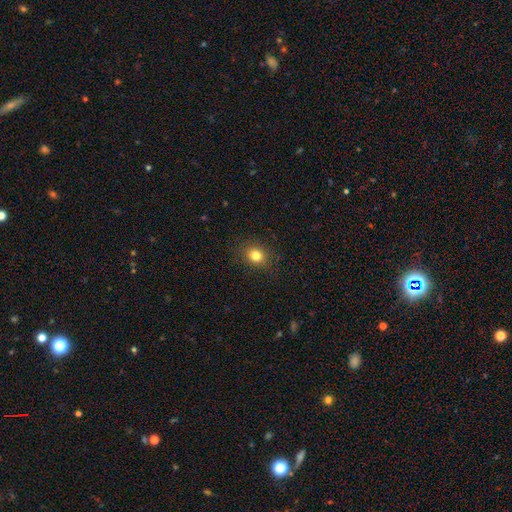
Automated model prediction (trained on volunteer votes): smooth 81%, star or artifact 12%, featured or disk 6%. Down the decision tree: how rounded — round (63%); merging — none (88%).